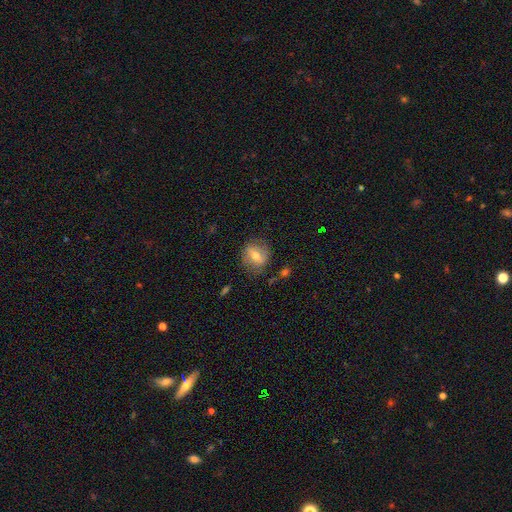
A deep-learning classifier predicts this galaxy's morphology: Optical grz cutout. It shows a smooth galaxy with no disk features (48%). Merging: none (73%).